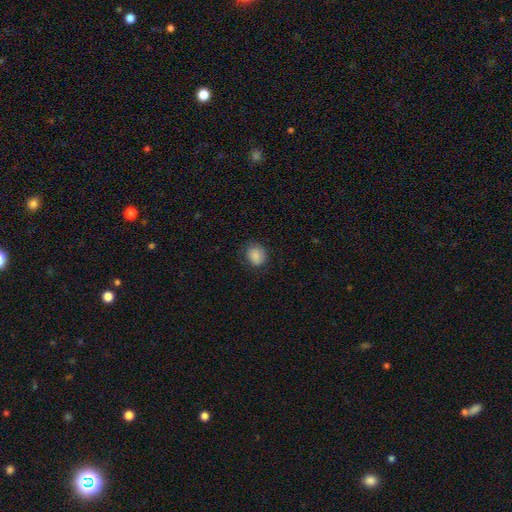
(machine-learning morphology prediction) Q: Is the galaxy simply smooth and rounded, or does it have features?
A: smooth — 87%.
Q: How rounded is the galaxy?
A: round — 65%.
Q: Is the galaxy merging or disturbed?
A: none — 78%.